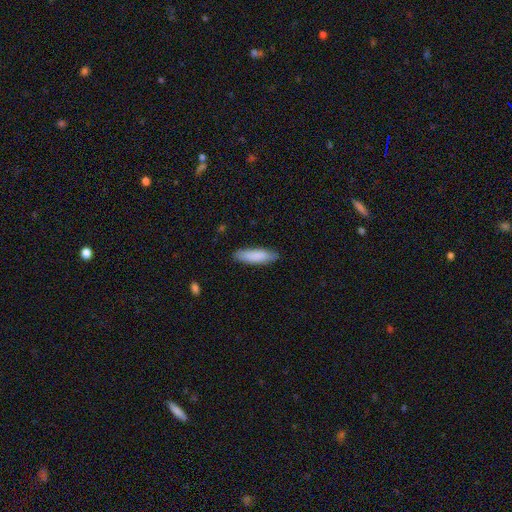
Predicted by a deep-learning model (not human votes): This appears to be a smooth galaxy with no disk features (85%) that is cigar-shaped (61%). Merging: none (84%).